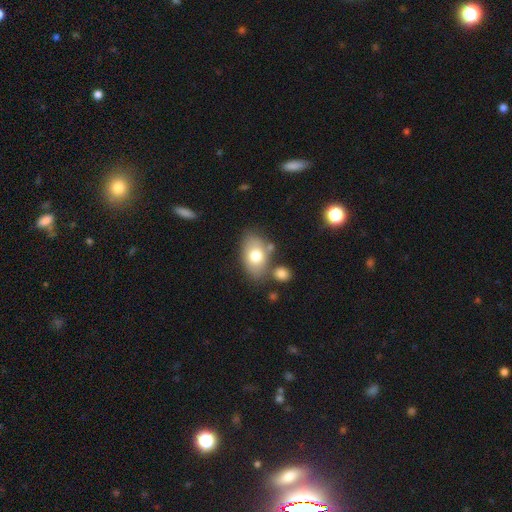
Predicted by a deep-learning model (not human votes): Smooth or featured? Predicted: smooth (p=0.72). How rounded? Predicted: in between (p=0.88). Merging? Predicted: none (p=0.64).